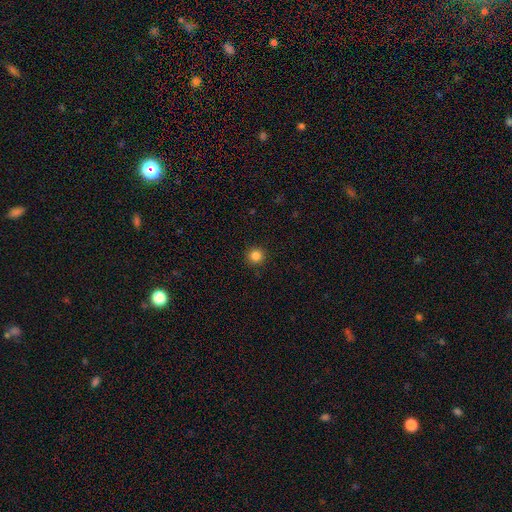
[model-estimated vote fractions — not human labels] Smooth or featured? smooth (84%)
How rounded? round (95%)
Merging? none (92%)